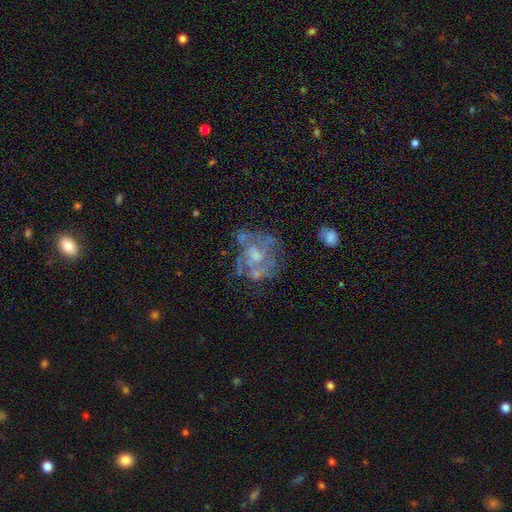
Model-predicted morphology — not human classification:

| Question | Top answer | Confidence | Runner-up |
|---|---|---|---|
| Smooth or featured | featured or disk | 74% | smooth (16%) |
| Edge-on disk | no | 98% | yes (2%) |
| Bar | no | 72% | weak (23%) |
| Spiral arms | no | 52% | yes (48%) |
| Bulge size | moderate | 44% | small (32%) |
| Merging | none | 51% | minor disturbance (20%) |